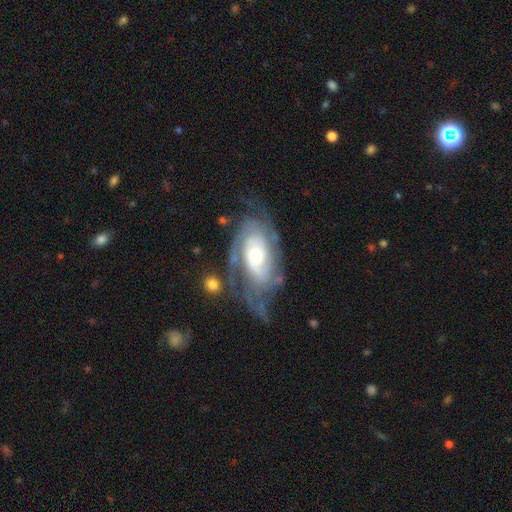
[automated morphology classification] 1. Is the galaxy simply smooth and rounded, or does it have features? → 85% featured or disk, 10% smooth, 5% star or artifact.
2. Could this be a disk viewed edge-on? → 95% no, 5% yes.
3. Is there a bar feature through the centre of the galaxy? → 68% no, 23% weak, 8% strong.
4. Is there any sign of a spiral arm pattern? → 94% yes, 6% no.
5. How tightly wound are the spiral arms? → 59% tight, 30% medium, 10% loose.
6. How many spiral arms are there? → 39% 2, 31% can't tell, 15% 3, 6% 4, 5% 1, 4% more than 4.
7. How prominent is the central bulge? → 50% moderate, 33% small, 13% large, 2% dominant, 2% none.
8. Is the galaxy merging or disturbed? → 53% none, 22% minor disturbance, 20% major disturbance, 4% merger.